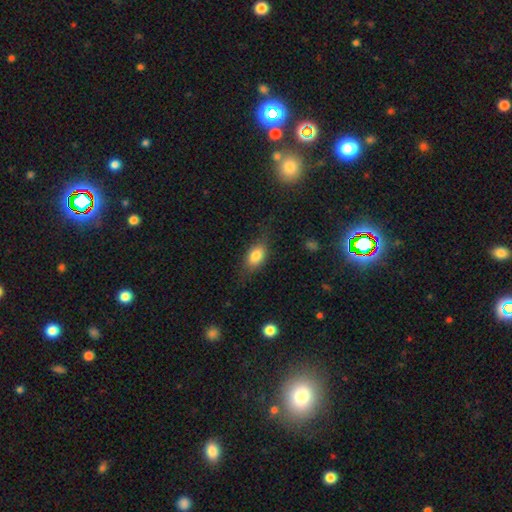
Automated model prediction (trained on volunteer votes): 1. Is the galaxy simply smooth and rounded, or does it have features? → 77% smooth, 14% featured or disk, 8% star or artifact.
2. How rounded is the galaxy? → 82% in between, 10% round, 7% cigar-shaped.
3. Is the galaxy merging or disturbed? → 69% none, 20% minor disturbance, 9% major disturbance, 2% merger.